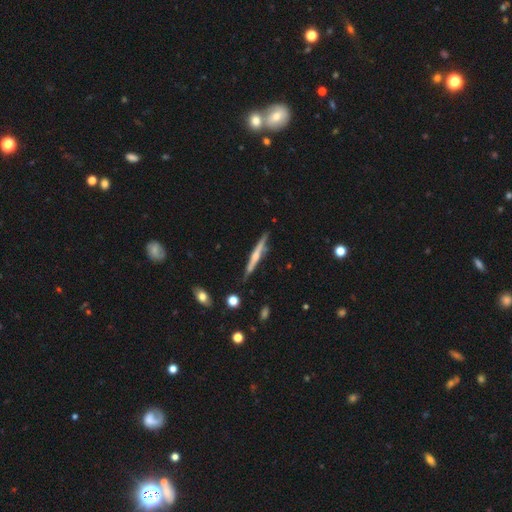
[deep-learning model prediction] Smooth or featured?
  - featured or disk: 61% *
  - smooth: 33%
  - star or artifact: 6%
Edge-on disk?
  - yes: 97% *
  - no: 3%
Edge-on bulge?
  - rounded: 52% *
  - none: 36%
  - boxy: 12%
Merging?
  - none: 82% *
  - minor disturbance: 14%
  - merger: 3%
  - major disturbance: 2%